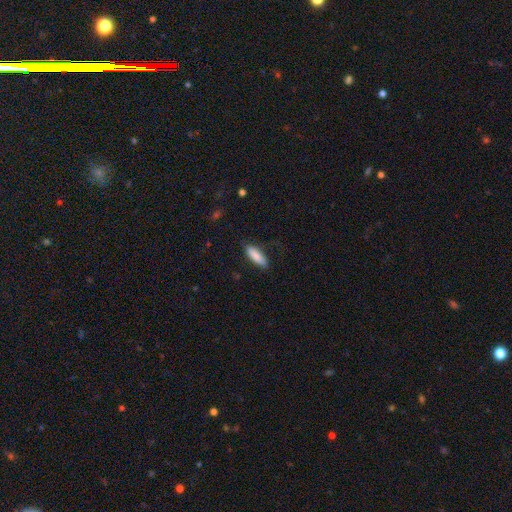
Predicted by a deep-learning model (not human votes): Q: Smooth or featured?
A: smooth (84%); runner-up: featured or disk (10%)
Q: How rounded?
A: cigar-shaped (49%); tied with: in between (49%)
Q: Merging?
A: none (79%); runner-up: minor disturbance (16%)